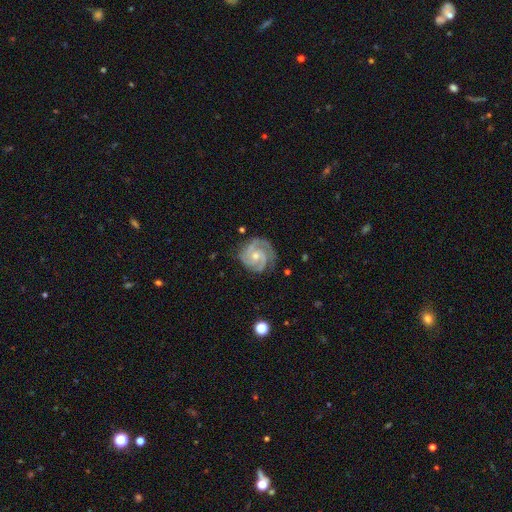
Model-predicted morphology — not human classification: Q: Smooth or featured?
A: featured or disk (92%); runner-up: smooth (4%)
Q: Edge-on disk?
A: no (98%); runner-up: yes (2%)
Q: Bar?
A: no (66%); runner-up: weak (28%)
Q: Spiral arms?
A: yes (98%); runner-up: no (2%)
Q: Spiral winding?
A: tight (65%); runner-up: medium (32%)
Q: Spiral arm count?
A: 3 (54%); runner-up: 2 (28%)
Q: Bulge size?
A: small (49%); runner-up: moderate (46%)
Q: Merging?
A: none (76%); runner-up: minor disturbance (17%)